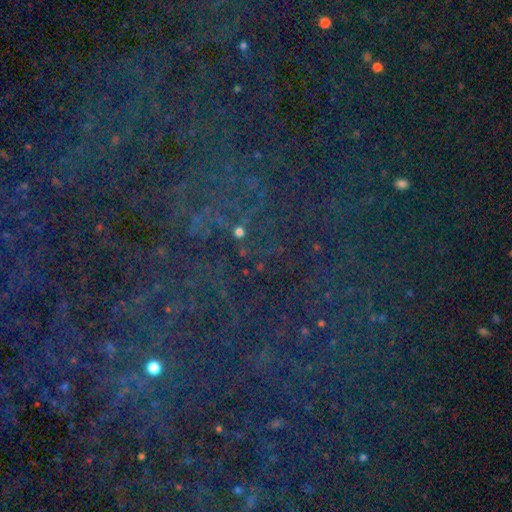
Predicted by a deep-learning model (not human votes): smooth_or_featured: star or artifact (p=0.81) [alt: smooth p=0.11]